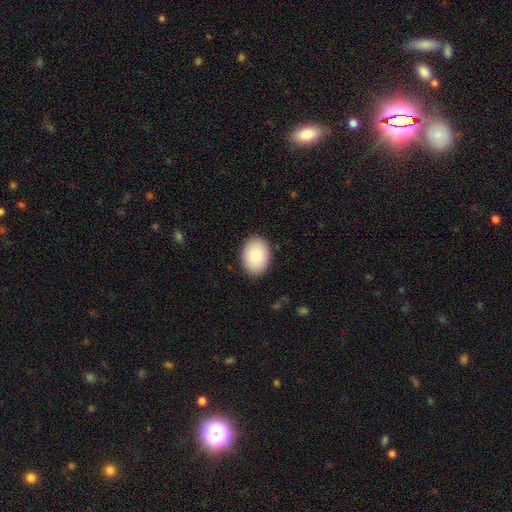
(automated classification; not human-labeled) smooth-or-featured: smooth: 79% | featured or disk: 14% | star or artifact: 7%
  how-rounded: in between: 75% | round: 24% | cigar-shaped: 1%
  merging: none: 89% | minor disturbance: 9% | major disturbance: 2% | merger: 1%